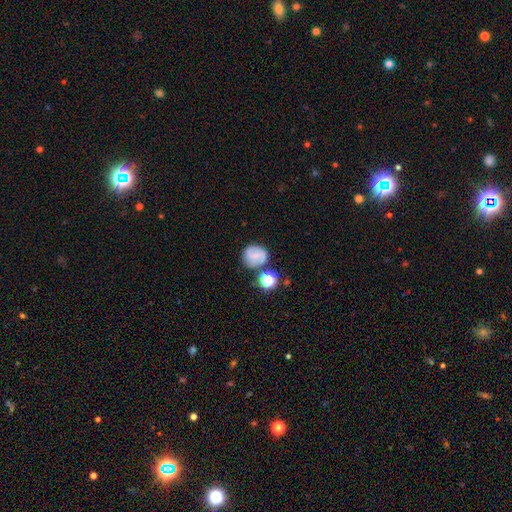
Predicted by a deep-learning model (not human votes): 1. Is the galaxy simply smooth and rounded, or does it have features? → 50% smooth, 39% featured or disk, 12% star or artifact.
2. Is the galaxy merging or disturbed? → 67% none, 15% minor disturbance, 12% merger, 6% major disturbance.